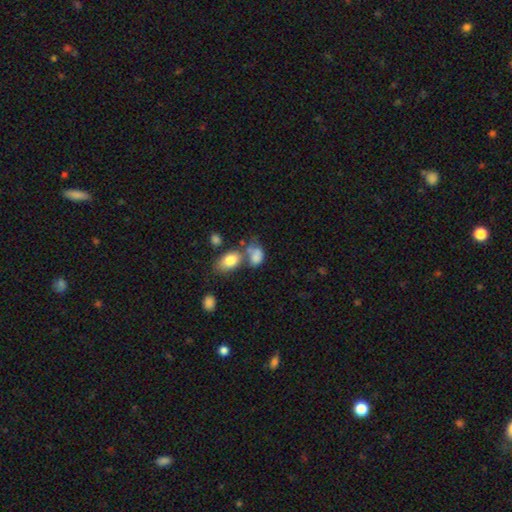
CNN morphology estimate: Smooth or featured?
  - smooth: 76% *
  - featured or disk: 15%
  - star or artifact: 9%
How rounded?
  - in between: 80% *
  - round: 18%
  - cigar-shaped: 2%
Merging?
  - merger: 50% *
  - none: 25%
  - minor disturbance: 14%
  - major disturbance: 11%